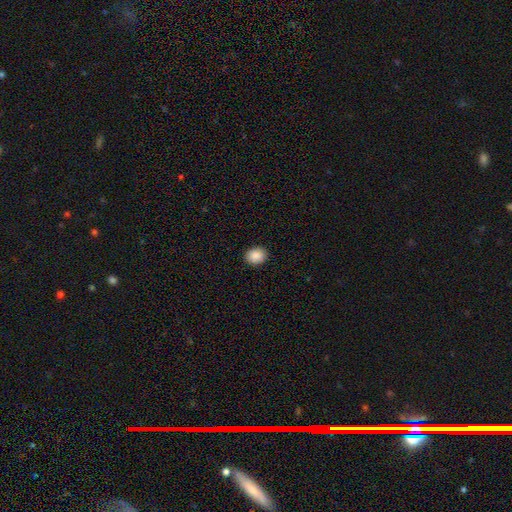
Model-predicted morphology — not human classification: smooth 89%, star or artifact 8%, featured or disk 3%. Down the decision tree: how rounded — round (56%); merging — none (91%).